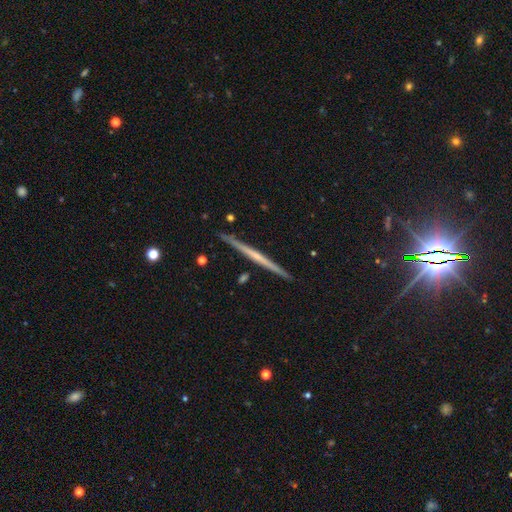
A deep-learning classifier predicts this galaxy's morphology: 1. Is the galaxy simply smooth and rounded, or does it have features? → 67% featured or disk, 27% smooth, 6% star or artifact.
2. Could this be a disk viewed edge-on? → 98% yes, 2% no.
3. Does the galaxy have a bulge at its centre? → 72% none, 22% rounded, 6% boxy.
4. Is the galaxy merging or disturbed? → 92% none, 6% minor disturbance, 1% merger, 1% major disturbance.